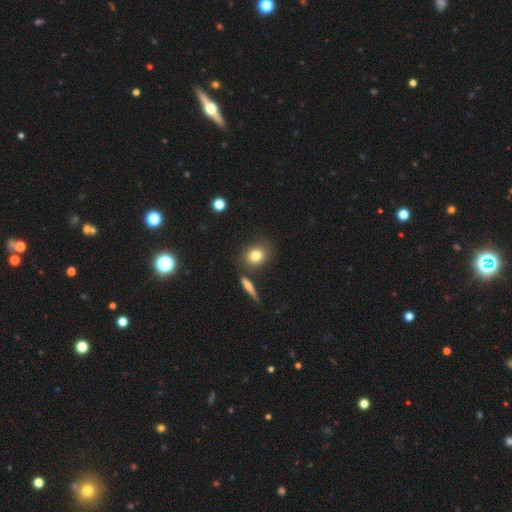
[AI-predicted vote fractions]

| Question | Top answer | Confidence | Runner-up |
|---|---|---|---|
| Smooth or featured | smooth | 79% | featured or disk (11%) |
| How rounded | round | 54% | in between (43%) |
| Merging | none | 78% | minor disturbance (11%) |